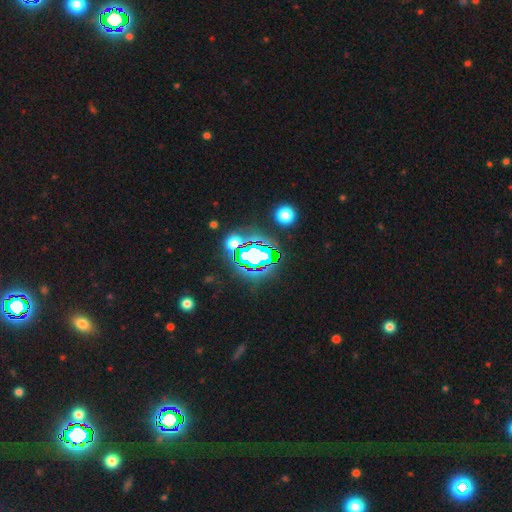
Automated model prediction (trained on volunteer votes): Morphology: type=star or artifact (67%).